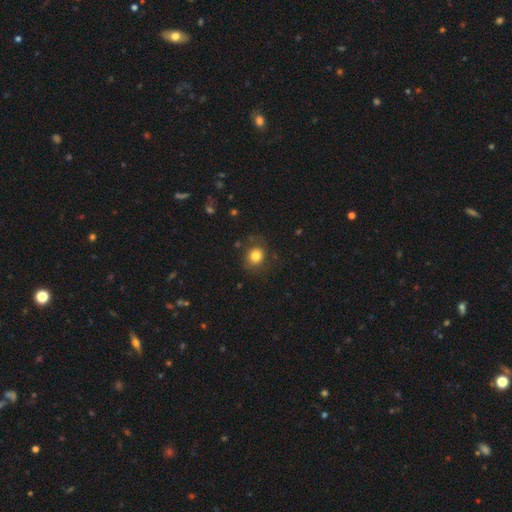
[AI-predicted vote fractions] smooth 81%, star or artifact 11%, featured or disk 8%. Down the decision tree: how rounded — round (75%); merging — none (78%).